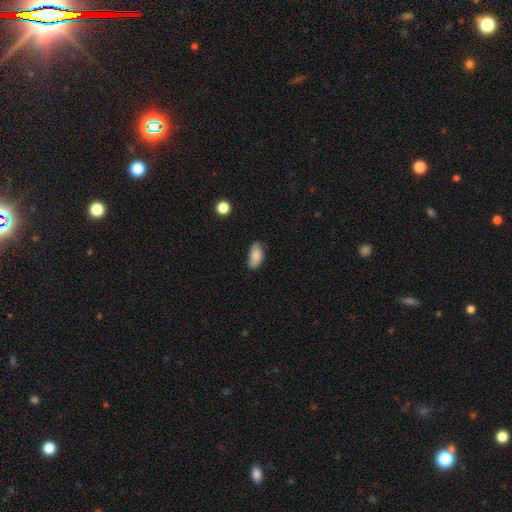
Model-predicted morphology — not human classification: Smooth or featured?
  - smooth: 80% *
  - featured or disk: 12%
  - star or artifact: 8%
How rounded?
  - in between: 92% *
  - cigar-shaped: 5%
  - round: 3%
Merging?
  - none: 69% *
  - minor disturbance: 24%
  - major disturbance: 5%
  - merger: 2%